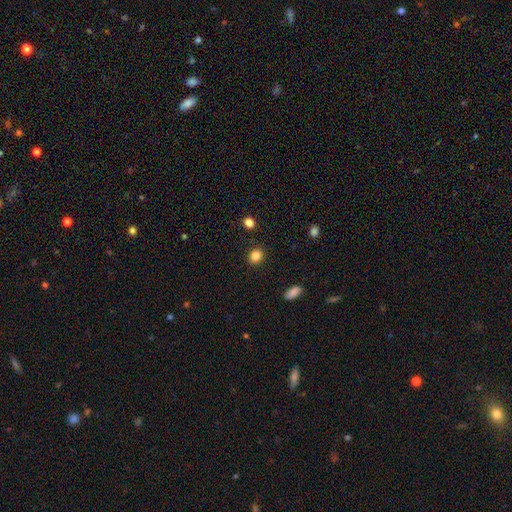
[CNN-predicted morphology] Q: Smooth or featured?
A: smooth (85%); runner-up: star or artifact (11%)
Q: How rounded?
A: round (69%); runner-up: in between (30%)
Q: Merging?
A: none (89%); runner-up: minor disturbance (7%)